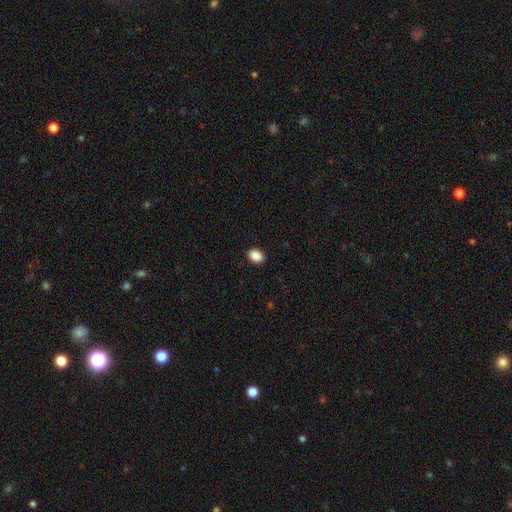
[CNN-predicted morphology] Q: Smooth or featured?
A: smooth (89%); runner-up: star or artifact (8%)
Q: How rounded?
A: in between (73%); runner-up: round (26%)
Q: Merging?
A: none (91%); runner-up: minor disturbance (7%)